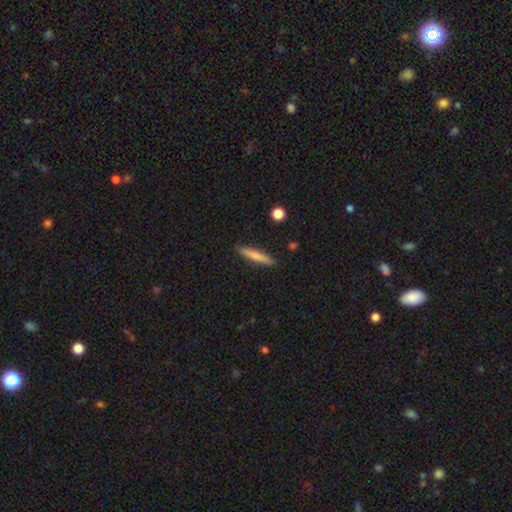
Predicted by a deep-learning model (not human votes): A smooth galaxy with no disk features (68%) that is cigar-shaped (92%). Merging: none (90%).